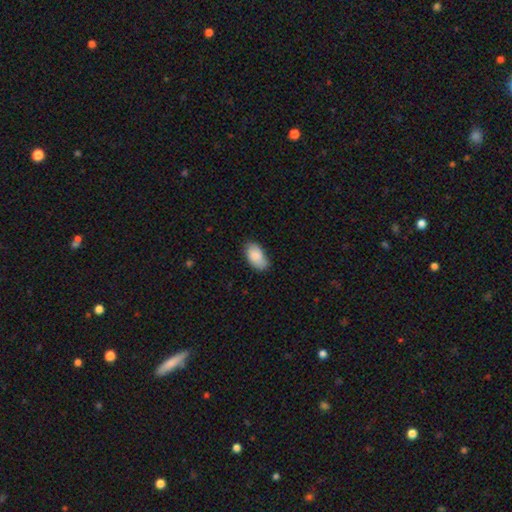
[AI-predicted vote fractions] Q: Smooth or featured?
A: smooth (86%); runner-up: featured or disk (8%)
Q: How rounded?
A: in between (94%); runner-up: round (4%)
Q: Merging?
A: none (71%); runner-up: minor disturbance (24%)